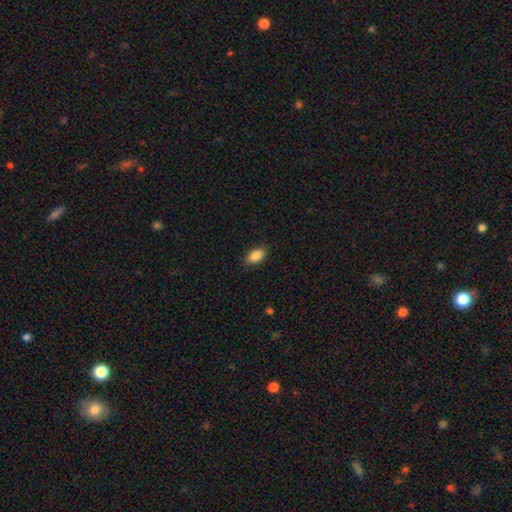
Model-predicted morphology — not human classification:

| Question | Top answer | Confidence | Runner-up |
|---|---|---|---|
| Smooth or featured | smooth | 88% | star or artifact (7%) |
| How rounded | in between | 91% | round (6%) |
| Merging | none | 85% | minor disturbance (11%) |